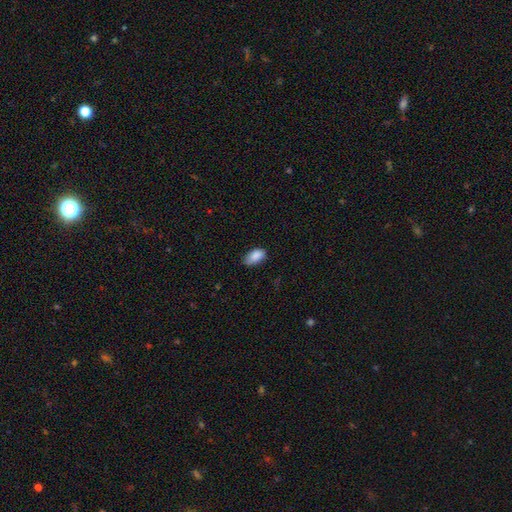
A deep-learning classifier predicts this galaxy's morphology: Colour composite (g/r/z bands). It shows a smooth galaxy with no disk features (88%) that is in between round and cigar-shaped (94%). Merging: none (69%).